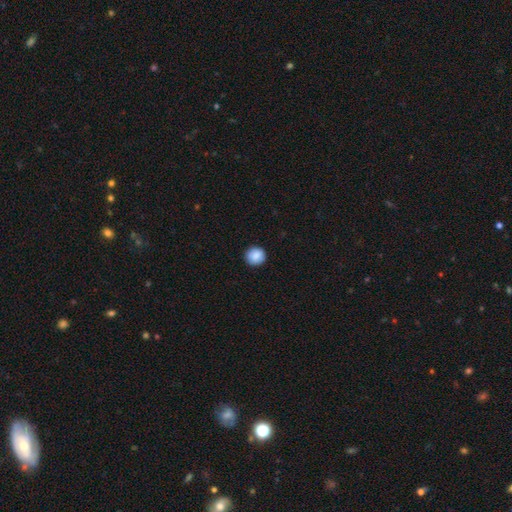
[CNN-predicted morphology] A smooth galaxy with no disk features (88%) that is round (90%). Merging: none (90%).